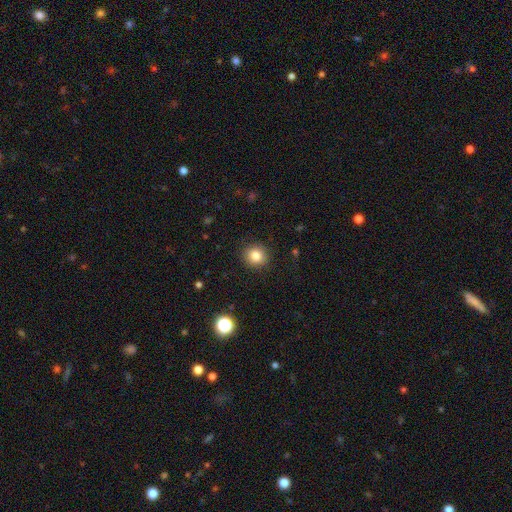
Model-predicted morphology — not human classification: A smooth galaxy with no disk features (83%) that is round (89%).

Vote fractions:
- Smooth or featured? smooth: 83% / star or artifact: 11% / featured or disk: 6%
- How rounded? round: 89% / in between: 11% / cigar-shaped: 1%
- Merging? none: 90% / minor disturbance: 6% / major disturbance: 2% / merger: 1%